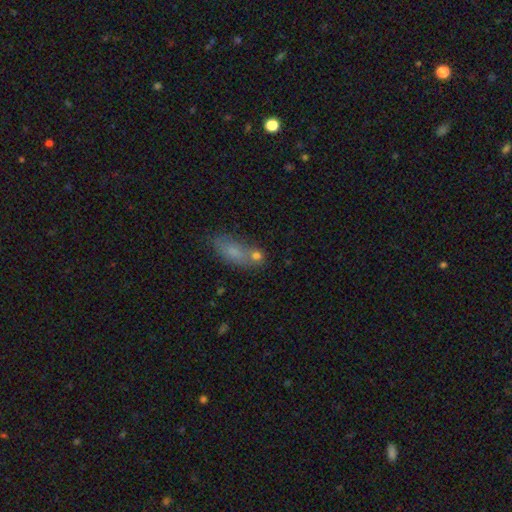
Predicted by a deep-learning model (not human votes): smooth-or-featured: smooth: 73% | featured or disk: 14% | star or artifact: 13%
  how-rounded: in between: 65% | round: 21% | cigar-shaped: 13%
  merging: none: 47% | merger: 31% | minor disturbance: 15% | major disturbance: 7%